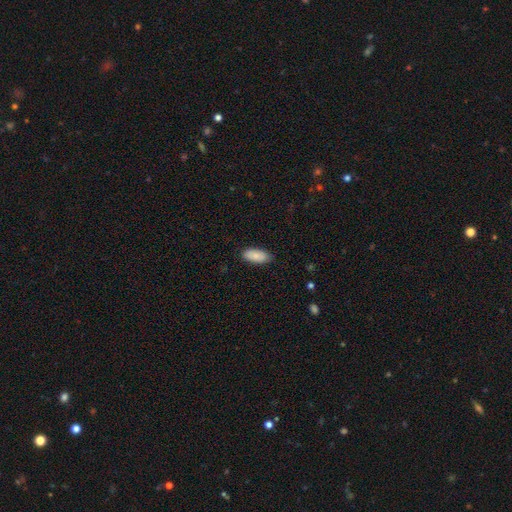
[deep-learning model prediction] smooth-or-featured: smooth: 87% | featured or disk: 7% | star or artifact: 6%
  how-rounded: in between: 88% | cigar-shaped: 10% | round: 2%
  merging: none: 86% | minor disturbance: 11% | major disturbance: 2% | merger: 1%